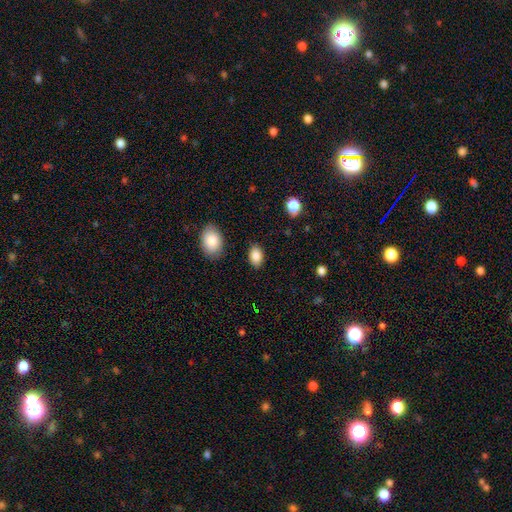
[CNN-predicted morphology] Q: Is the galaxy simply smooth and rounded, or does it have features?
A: smooth — 87%.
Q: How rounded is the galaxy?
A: in between — 84%.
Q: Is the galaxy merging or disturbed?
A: none — 85%.